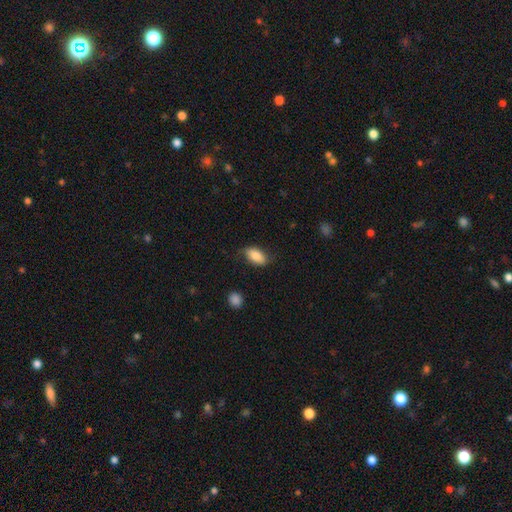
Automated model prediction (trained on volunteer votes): Smooth or featured? Predicted: smooth (p=0.83). How rounded? Predicted: in between (p=0.92). Merging? Predicted: none (p=0.73).